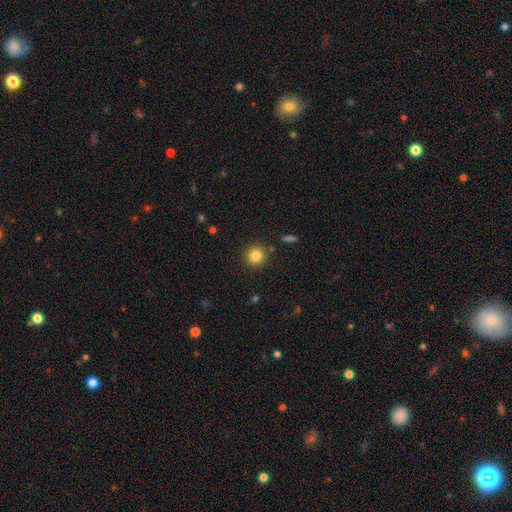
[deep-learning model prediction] smooth 83%, star or artifact 11%, featured or disk 6%. Down the decision tree: how rounded — round (94%); merging — none (88%).